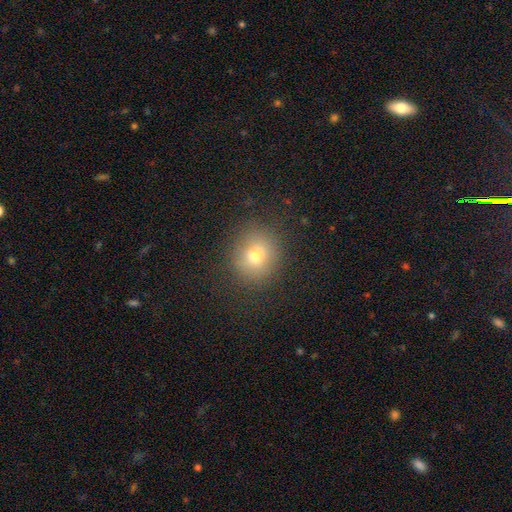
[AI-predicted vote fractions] A smooth galaxy with no disk features (72%) that is round (84%).

Vote fractions:
- Smooth or featured? smooth: 72% / star or artifact: 15% / featured or disk: 13%
- How rounded? round: 84% / in between: 15% / cigar-shaped: 1%
- Merging? none: 86% / minor disturbance: 9% / major disturbance: 4% / merger: 1%